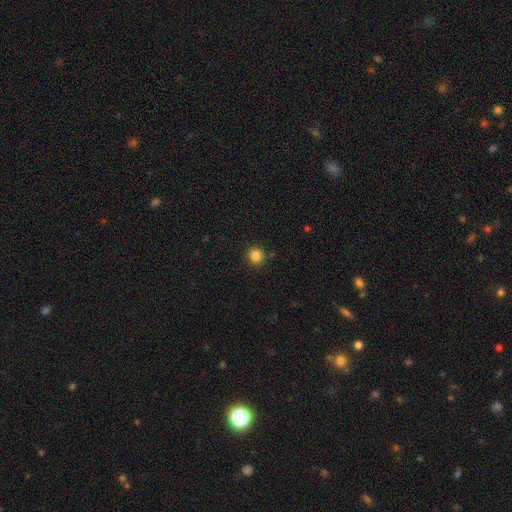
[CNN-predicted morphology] A smooth galaxy with no disk features (84%) that is round (94%).

Vote fractions:
- Smooth or featured? smooth: 84% / star or artifact: 12% / featured or disk: 4%
- How rounded? round: 94% / in between: 5% / cigar-shaped: 1%
- Merging? none: 91% / minor disturbance: 5% / merger: 2% / major disturbance: 2%